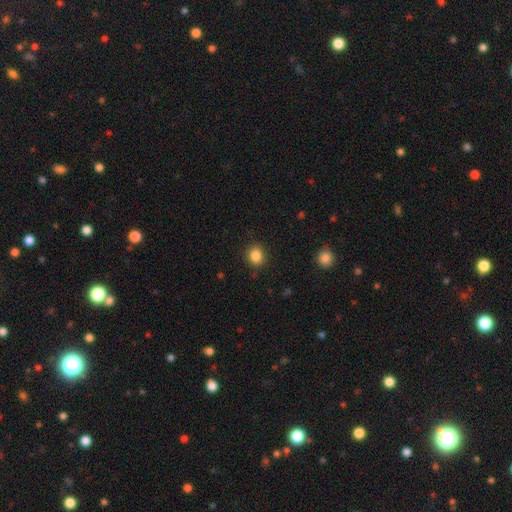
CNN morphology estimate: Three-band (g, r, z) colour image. It shows a smooth galaxy with no disk features (85%) that is round (75%). Merging: none (88%).